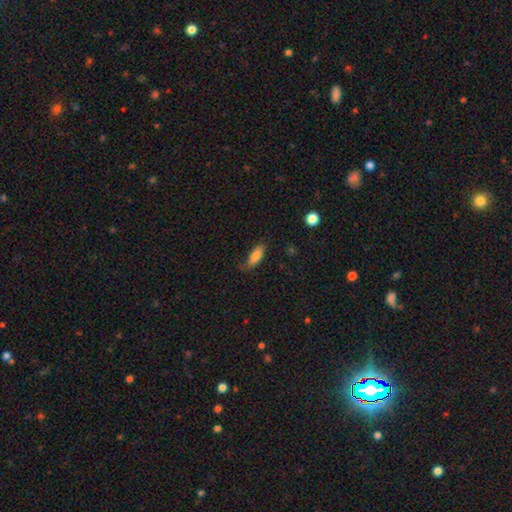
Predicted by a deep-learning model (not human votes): Smooth or featured?
  - smooth: 81% *
  - featured or disk: 12%
  - star or artifact: 7%
How rounded?
  - in between: 68% *
  - cigar-shaped: 30%
  - round: 2%
Merging?
  - none: 63% *
  - minor disturbance: 28%
  - major disturbance: 7%
  - merger: 2%